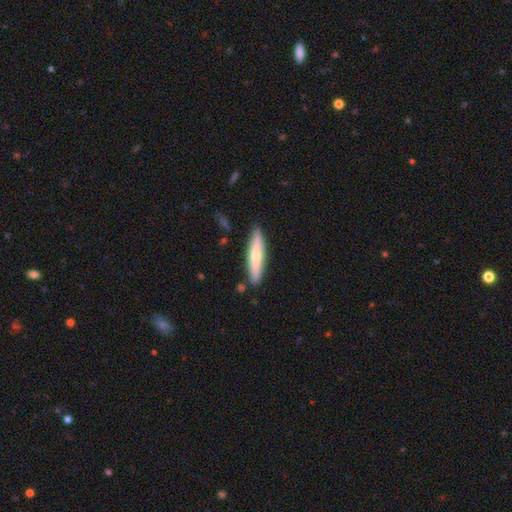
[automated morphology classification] smooth-or-featured: smooth: 60% | featured or disk: 34% | star or artifact: 6%
  how-rounded: cigar-shaped: 83% | in between: 15% | round: 1%
  merging: none: 86% | minor disturbance: 10% | merger: 3% | major disturbance: 2%